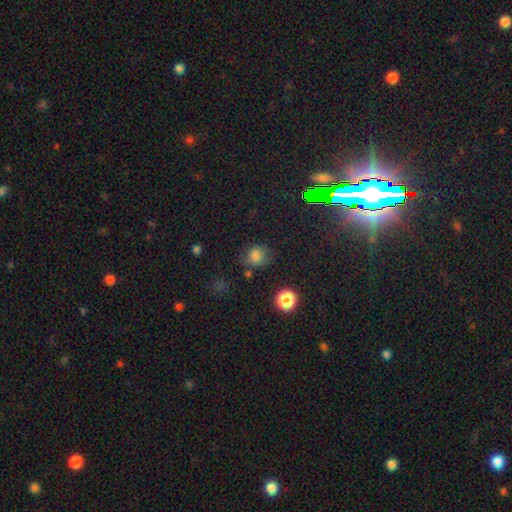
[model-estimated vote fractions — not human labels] Smooth or featured? Predicted: smooth (p=0.74). How rounded? Predicted: round (p=0.64). Merging? Predicted: none (p=0.61).